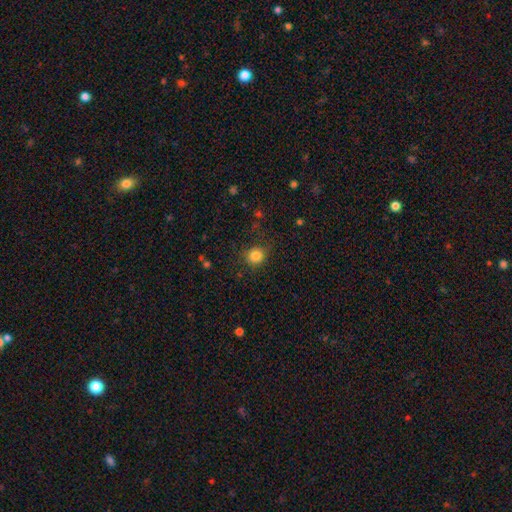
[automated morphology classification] Q: Smooth or featured?
A: smooth (83%); runner-up: star or artifact (12%)
Q: How rounded?
A: round (86%); runner-up: in between (13%)
Q: Merging?
A: none (82%); runner-up: minor disturbance (12%)